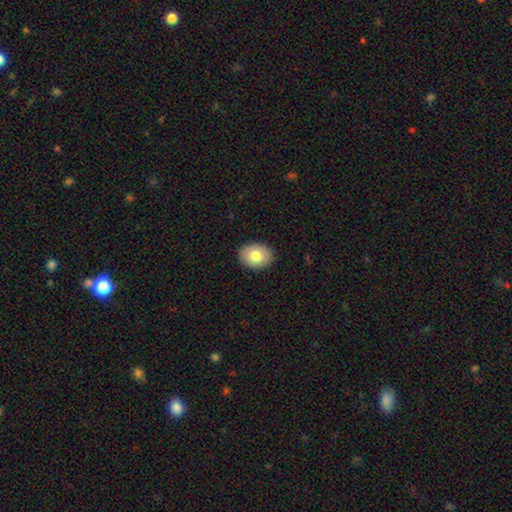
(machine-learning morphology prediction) A smooth galaxy with no disk features (79%) that is in between round and cigar-shaped (65%).

Vote fractions:
- Smooth or featured? smooth: 79% / featured or disk: 13% / star or artifact: 7%
- How rounded? in between: 65% / round: 34% / cigar-shaped: 1%
- Merging? none: 90% / minor disturbance: 8% / major disturbance: 2% / merger: 1%